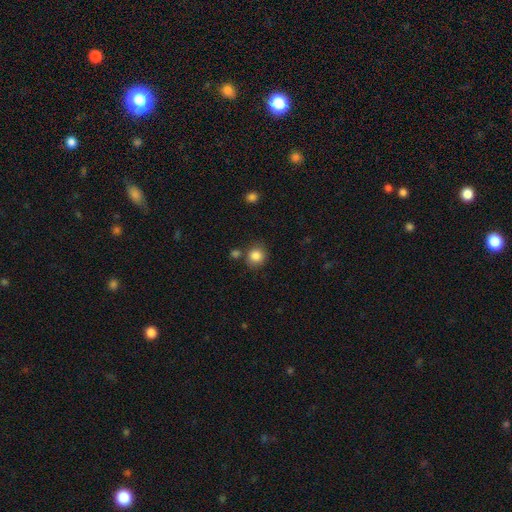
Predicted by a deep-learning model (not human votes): Overall: smooth (86%). How rounded: round (85%). Merging: none (76%).